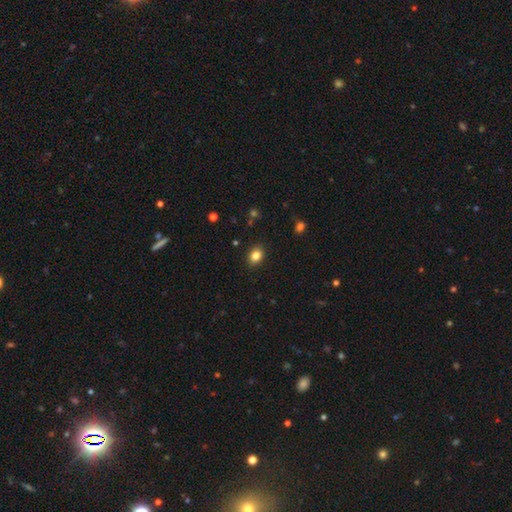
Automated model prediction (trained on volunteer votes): Q: Smooth or featured?
A: smooth (84%); runner-up: star or artifact (10%)
Q: How rounded?
A: in between (60%); runner-up: round (39%)
Q: Merging?
A: none (89%); runner-up: minor disturbance (8%)